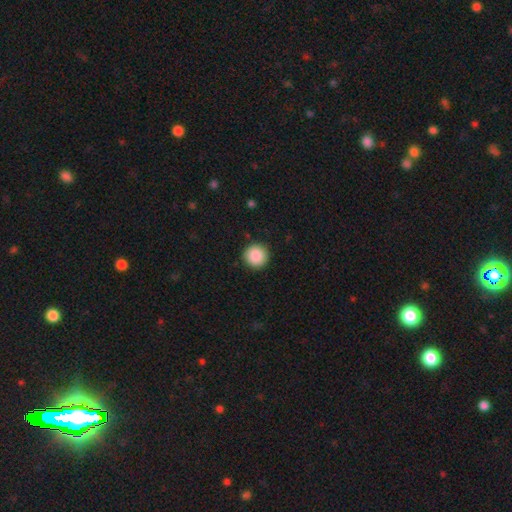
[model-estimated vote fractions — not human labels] A smooth galaxy with no disk features (89%) that is round (96%). Merging: none (92%).